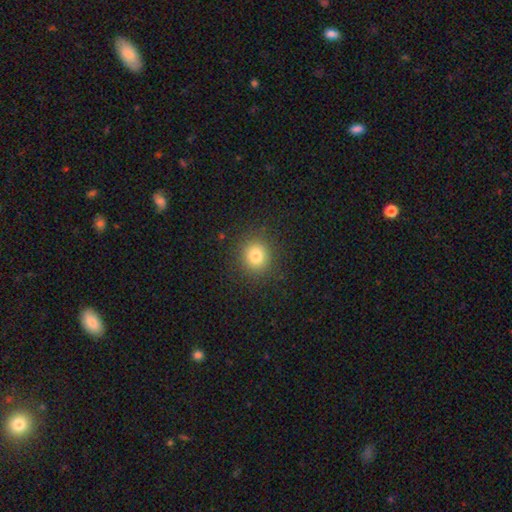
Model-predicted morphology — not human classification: smooth_or_featured: smooth (p=0.80) [alt: star or artifact p=0.13]
how_rounded: round (p=0.85) [alt: in between p=0.14]
merging: none (p=0.89) [alt: minor disturbance p=0.07]